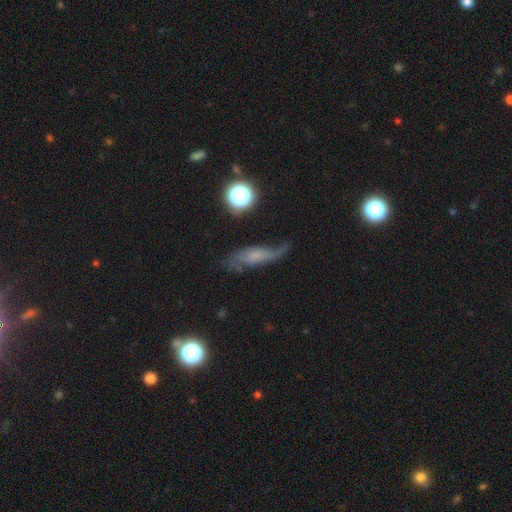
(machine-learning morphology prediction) Smooth or featured?
  - featured or disk: 50% *
  - smooth: 37%
  - star or artifact: 13%
Merging?
  - none: 48% *
  - minor disturbance: 28%
  - major disturbance: 20%
  - merger: 4%